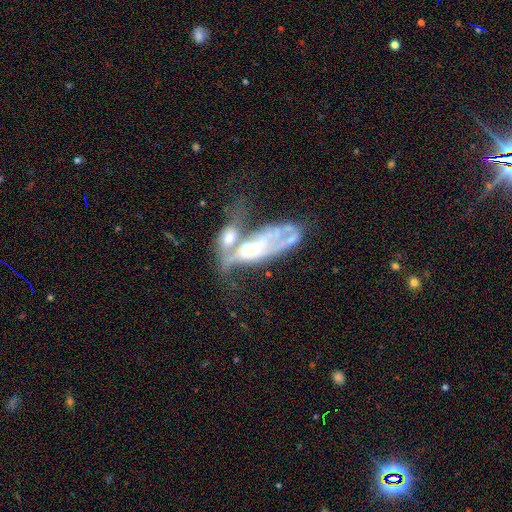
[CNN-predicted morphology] This is likely a featured or disk galaxy (69%). It is clearly not viewed edge-on (81%). Bar: likely no (72%). Spiral arm pattern: possibly yes (53%). Central bulge: marginally moderate (44%). Merging: likely merger (68%).